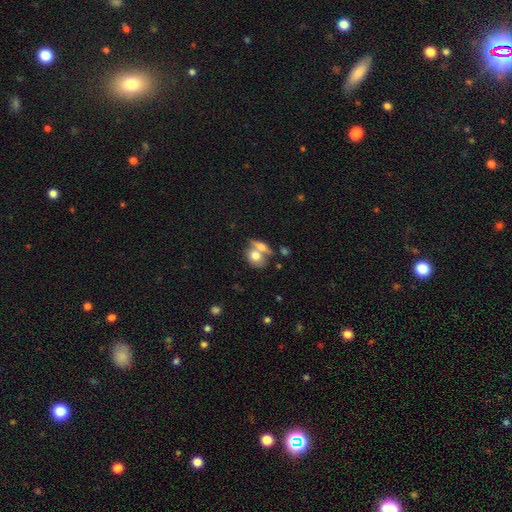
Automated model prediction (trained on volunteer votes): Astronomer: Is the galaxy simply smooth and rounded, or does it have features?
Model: smooth — 70%.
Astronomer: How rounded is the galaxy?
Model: in between — 61%.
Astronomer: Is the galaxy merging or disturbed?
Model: merger — 52% (runner-up: none, 34%).